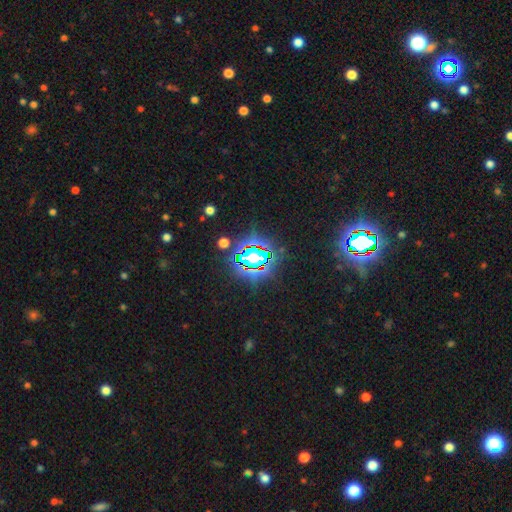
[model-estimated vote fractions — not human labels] This appears to be a star or artifact, not a galaxy (72%).